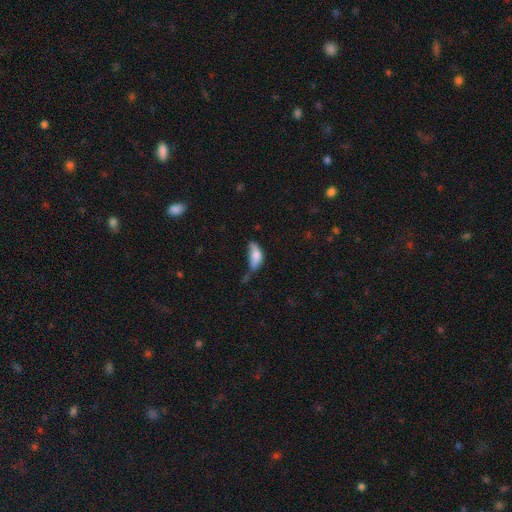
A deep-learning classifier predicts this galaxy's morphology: type=smooth (74%); roundness=in between (84%); merging=minor disturbance (35%).